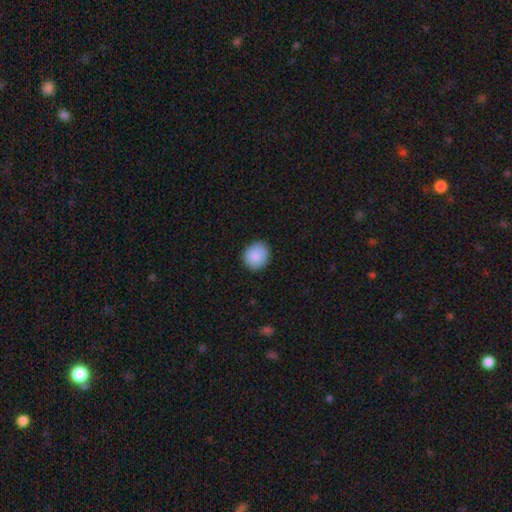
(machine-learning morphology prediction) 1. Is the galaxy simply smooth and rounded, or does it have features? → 89% smooth, 7% star or artifact, 4% featured or disk.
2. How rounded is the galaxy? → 75% round, 24% in between, 1% cigar-shaped.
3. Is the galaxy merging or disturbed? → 88% none, 9% minor disturbance, 2% major disturbance, 1% merger.